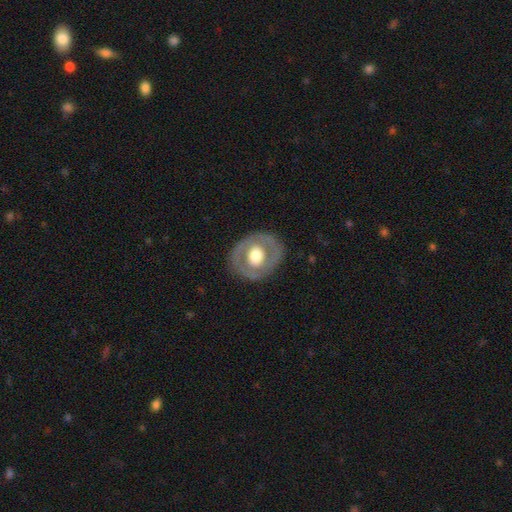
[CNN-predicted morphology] smooth_or_featured: featured or disk (p=0.56) [alt: smooth p=0.39]
disk_edge_on: no (p=0.95) [alt: yes p=0.05]
bar: no (p=0.80) [alt: weak p=0.14]
has_spiral_arms: no (p=0.83) [alt: yes p=0.17]
bulge_size: large (p=0.49) [alt: moderate p=0.42]
merging: none (p=0.82) [alt: minor disturbance p=0.11]